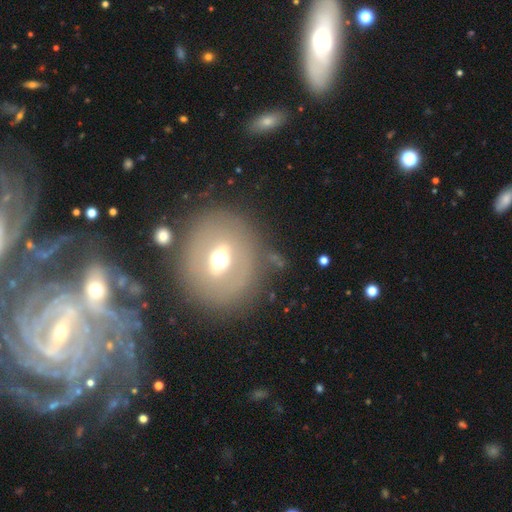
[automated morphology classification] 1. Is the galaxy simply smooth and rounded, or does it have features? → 55% featured or disk, 33% smooth, 12% star or artifact.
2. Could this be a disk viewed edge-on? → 92% no, 8% yes.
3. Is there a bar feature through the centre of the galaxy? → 41% weak, 34% no, 25% strong.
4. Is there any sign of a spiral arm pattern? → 60% yes, 40% no.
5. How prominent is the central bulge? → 64% moderate, 24% small, 9% large, 2% dominant, 1% none.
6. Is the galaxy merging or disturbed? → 75% none, 13% minor disturbance, 6% merger, 6% major disturbance.